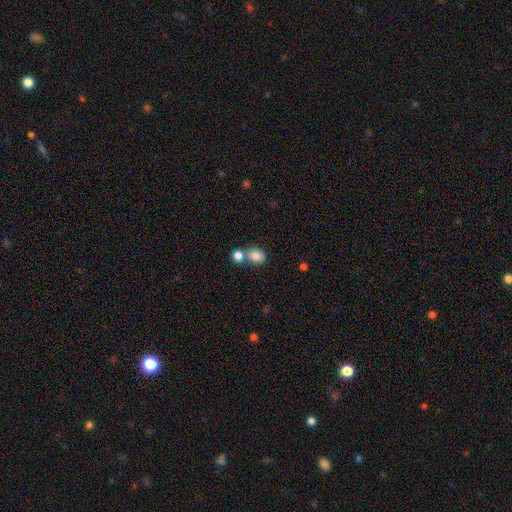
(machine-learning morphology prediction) A smooth galaxy with no disk features (81%) that is round (52%).

Vote fractions:
- Smooth or featured? smooth: 81% / star or artifact: 10% / featured or disk: 9%
- How rounded? round: 52% / in between: 47% / cigar-shaped: 1%
- Merging? none: 52% / merger: 36% / minor disturbance: 9% / major disturbance: 3%